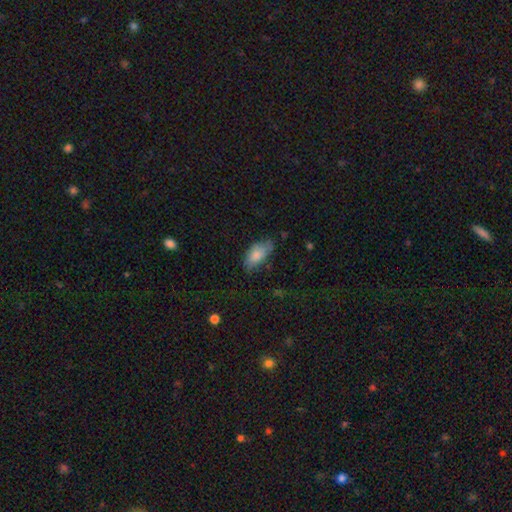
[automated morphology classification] This is likely a smooth galaxy (79%). How rounded: clearly in between (90%). Merging: possibly none (59%).